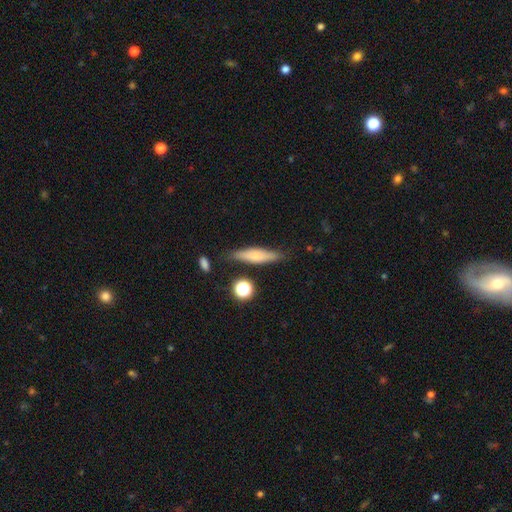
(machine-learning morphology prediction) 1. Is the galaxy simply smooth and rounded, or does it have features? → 60% smooth, 33% featured or disk, 8% star or artifact.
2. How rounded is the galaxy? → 77% cigar-shaped, 21% in between, 3% round.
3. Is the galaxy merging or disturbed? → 80% none, 13% minor disturbance, 3% merger, 3% major disturbance.